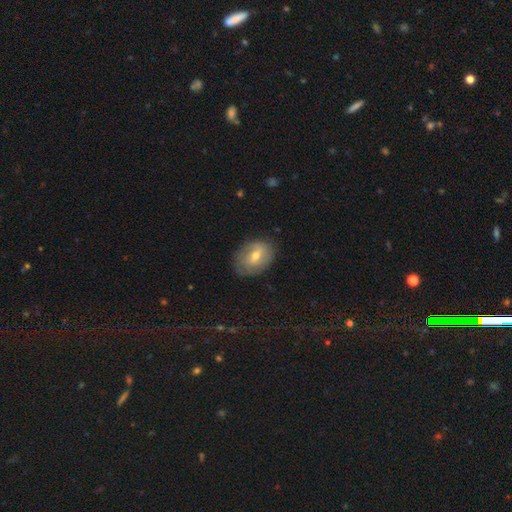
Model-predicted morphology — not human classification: This is possibly a featured or disk galaxy (49%). Merging: likely none (74%).